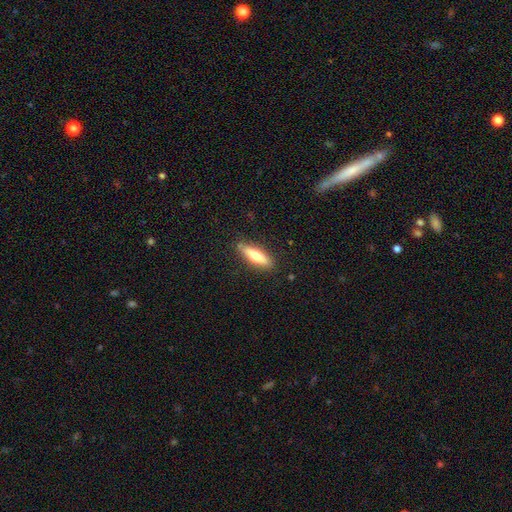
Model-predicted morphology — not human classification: smooth 64%, featured or disk 30%, star or artifact 6%. Down the decision tree: how rounded — cigar-shaped (64%); merging — none (85%).